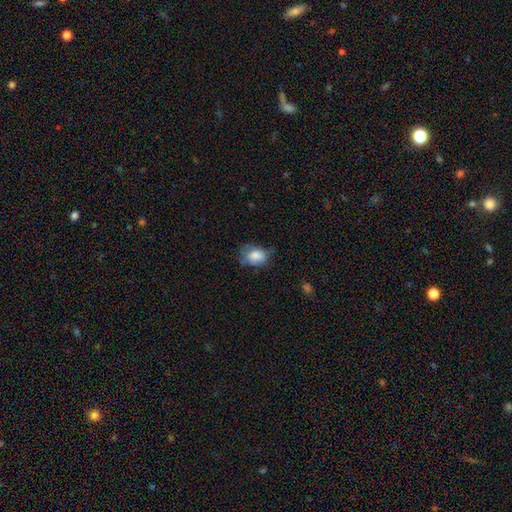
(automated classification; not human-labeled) Smooth or featured? smooth (79%)
How rounded? in between (75%)
Merging? none (48%)